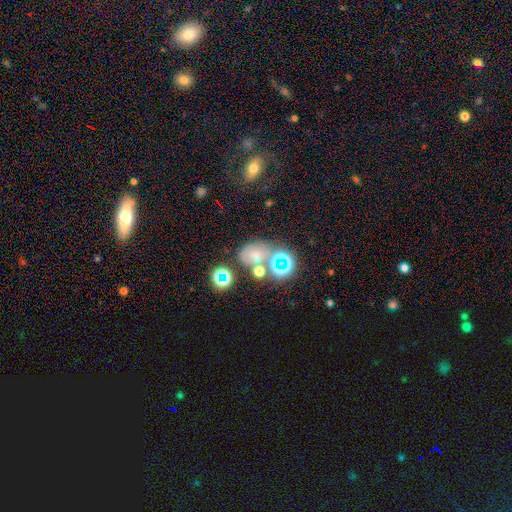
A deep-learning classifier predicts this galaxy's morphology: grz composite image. It shows a smooth galaxy with no disk features (51%) that is in between round and cigar-shaped (50%). Merging: none (48%).